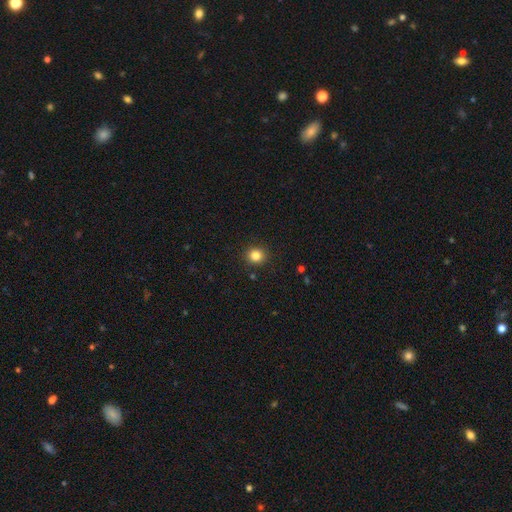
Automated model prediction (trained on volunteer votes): smooth 83%, star or artifact 12%, featured or disk 5%. Down the decision tree: how rounded — round (88%); merging — none (91%).